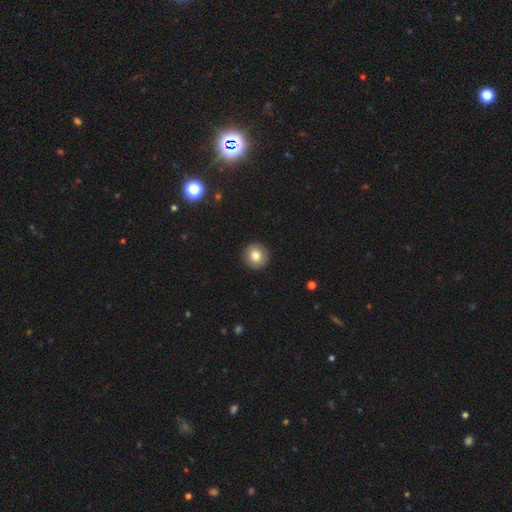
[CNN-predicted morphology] This appears to be a smooth galaxy with no disk features (81%) that is round (94%). Merging: none (93%).